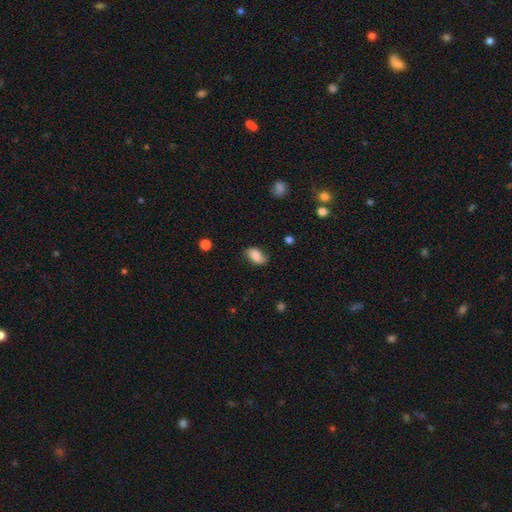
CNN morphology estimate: smooth-or-featured: smooth: 76% | featured or disk: 16% | star or artifact: 8%
  how-rounded: in between: 91% | round: 6% | cigar-shaped: 3%
  merging: none: 72% | minor disturbance: 21% | major disturbance: 5% | merger: 2%